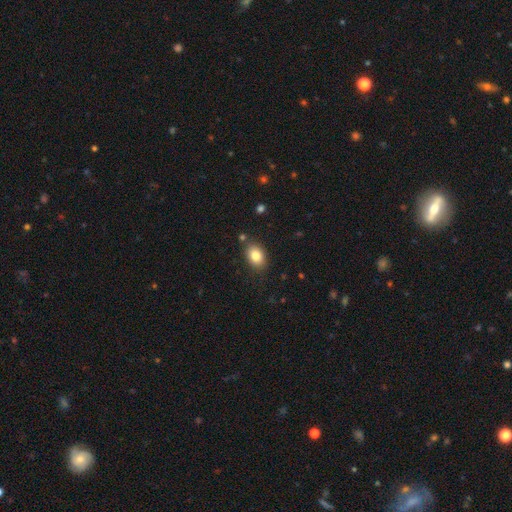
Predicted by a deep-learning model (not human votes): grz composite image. It shows a smooth galaxy with no disk features (83%) that is in between round and cigar-shaped (77%). Merging: none (82%).